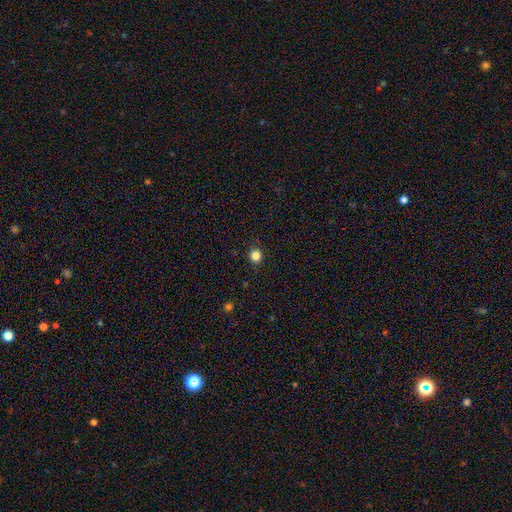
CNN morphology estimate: type=smooth (84%); roundness=round (91%); merging=none (90%).